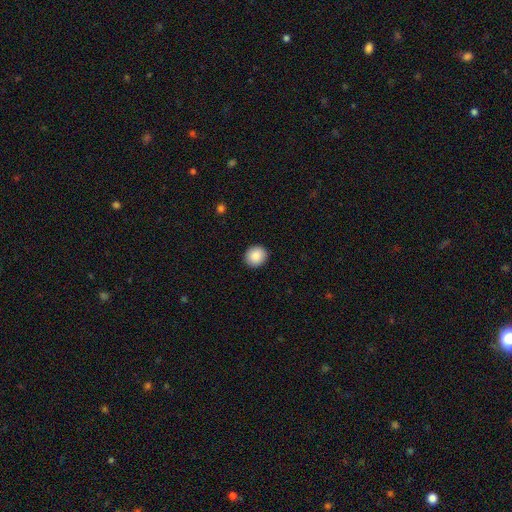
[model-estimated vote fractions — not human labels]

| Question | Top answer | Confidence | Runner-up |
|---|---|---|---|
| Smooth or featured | smooth | 88% | star or artifact (8%) |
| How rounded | round | 86% | in between (13%) |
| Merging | none | 92% | minor disturbance (6%) |